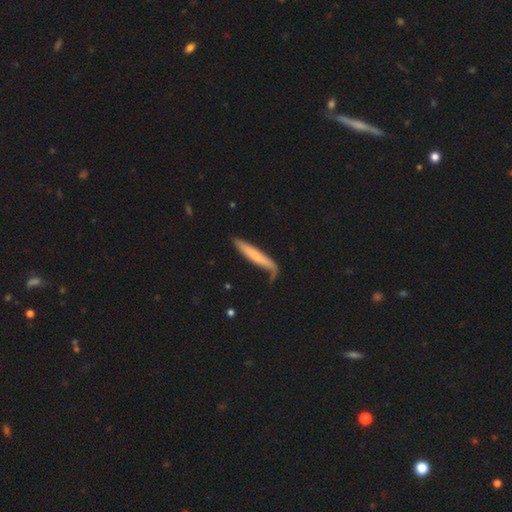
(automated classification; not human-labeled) Overall: smooth (60%; featured or disk 35%). How rounded: cigar-shaped (93%). Merging: none (54%; minor disturbance 29%).